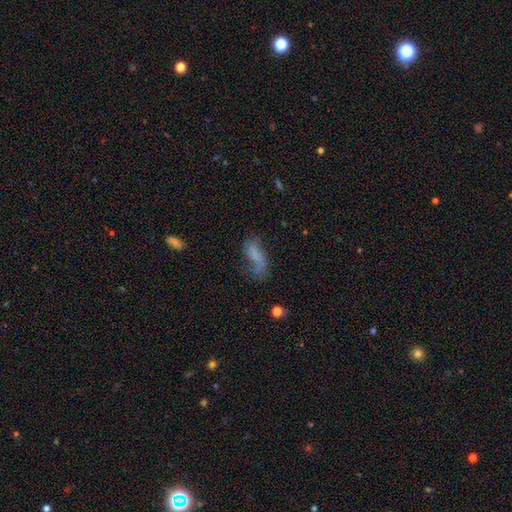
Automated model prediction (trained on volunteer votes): This appears to be a smooth galaxy with no disk features (57%) that is in between round and cigar-shaped (72%). Merging: none (38%).